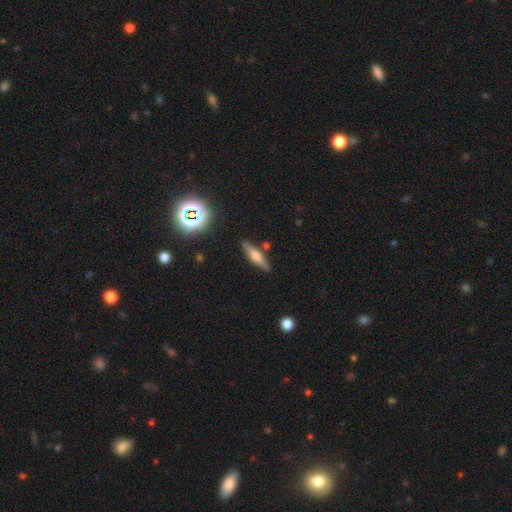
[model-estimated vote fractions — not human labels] This appears to be a featured or disk galaxy (56%) viewed edge-on (95%) with a rounded central bulge (76%). Merging: none (85%).